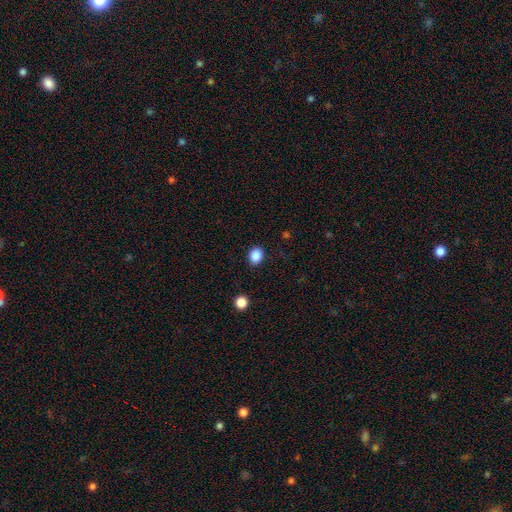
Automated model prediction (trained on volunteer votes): Smooth or featured: smooth — 87% (star or artifact — 10%)
How rounded: in between — 50% (round — 49%)
Merging: none — 88% (minor disturbance — 8%)